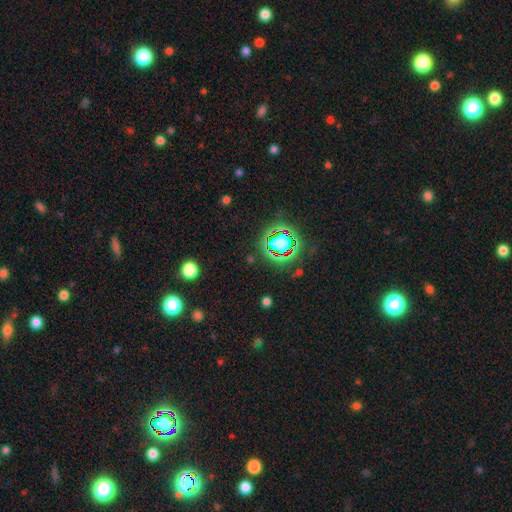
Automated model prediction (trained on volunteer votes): star or artifact 75%, smooth 16%, featured or disk 9%.